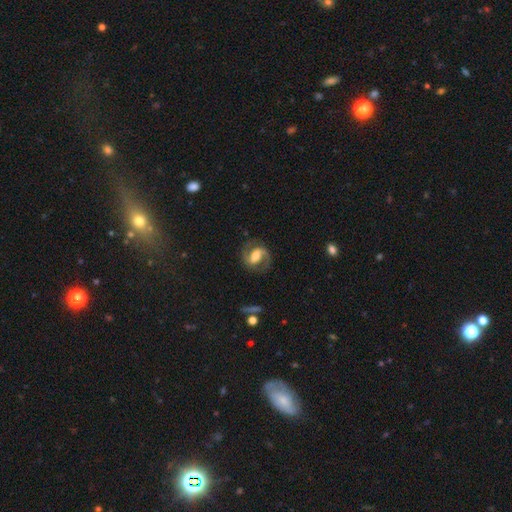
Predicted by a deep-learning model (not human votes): Smooth or featured: featured or disk — 82% (smooth — 12%)
Edge-on disk: no — 97% (yes — 3%)
Bar: weak — 46% (strong — 33%)
Spiral arms: yes — 95% (no — 5%)
Spiral winding: medium — 56% (loose — 23%)
Spiral arm count: 2 — 90% (1 — 4%)
Bulge size: moderate — 56% (large — 22%)
Merging: none — 78% (minor disturbance — 14%)